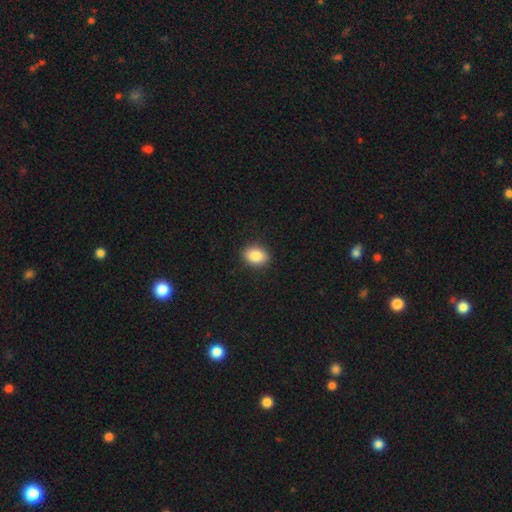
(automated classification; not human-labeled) A smooth galaxy with no disk features (87%) that is in between round and cigar-shaped (72%).

Vote fractions:
- Smooth or featured? smooth: 87% / star or artifact: 8% / featured or disk: 5%
- How rounded? in between: 72% / round: 26% / cigar-shaped: 1%
- Merging? none: 89% / minor disturbance: 8% / major disturbance: 2% / merger: 1%